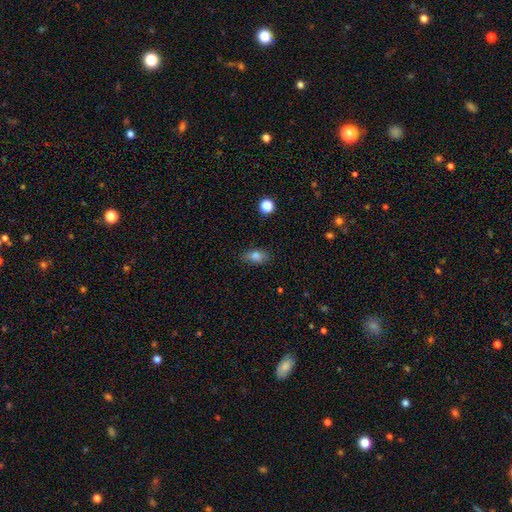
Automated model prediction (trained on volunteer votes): Smooth or featured? Predicted: smooth (p=0.79). How rounded? Predicted: in between (p=0.83). Merging? Predicted: none (p=0.83).